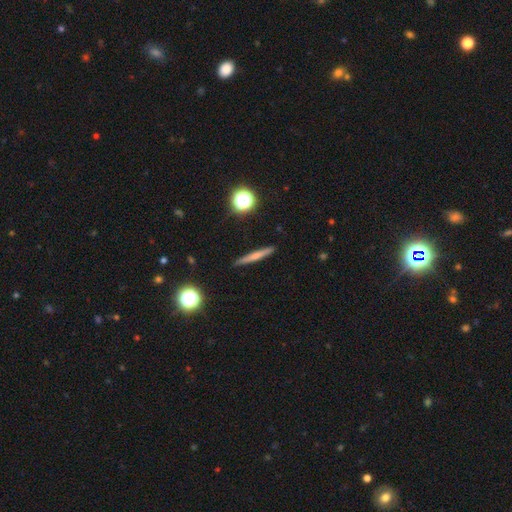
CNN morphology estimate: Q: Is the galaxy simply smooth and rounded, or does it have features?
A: smooth — 54%.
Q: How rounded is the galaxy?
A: cigar-shaped — 92%.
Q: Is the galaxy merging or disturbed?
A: none — 90%.